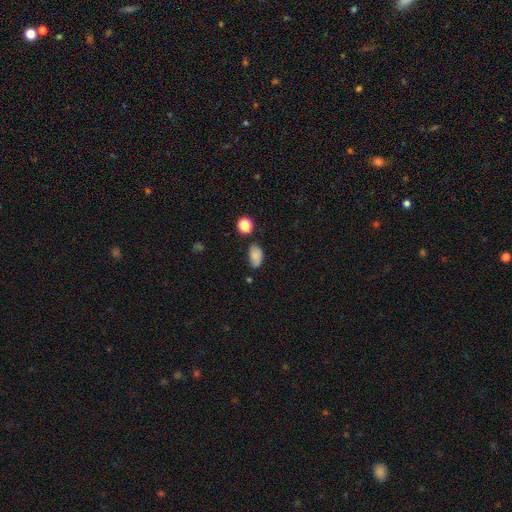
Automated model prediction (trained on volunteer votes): Smooth or featured: smooth — 80% (star or artifact — 11%)
How rounded: in between — 91% (round — 7%)
Merging: none — 61% (minor disturbance — 27%)